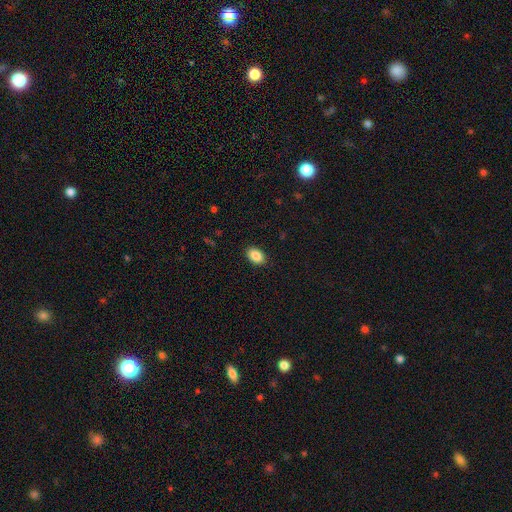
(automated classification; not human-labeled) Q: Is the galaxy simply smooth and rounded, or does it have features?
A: smooth — 88%.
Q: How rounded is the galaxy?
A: in between — 87%.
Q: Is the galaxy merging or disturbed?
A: none — 90%.